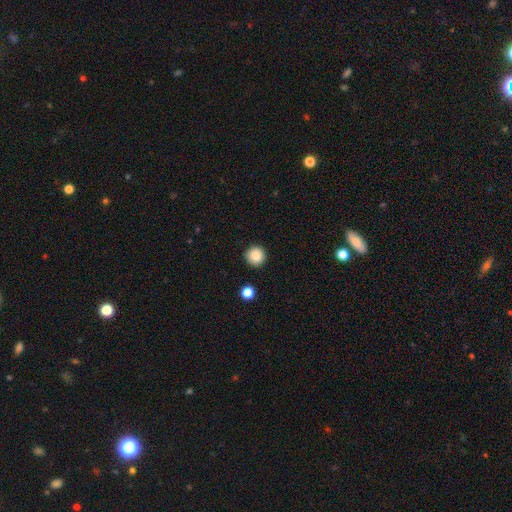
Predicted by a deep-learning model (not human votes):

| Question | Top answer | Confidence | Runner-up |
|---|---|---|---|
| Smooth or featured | smooth | 87% | star or artifact (9%) |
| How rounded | round | 95% | in between (4%) |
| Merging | none | 92% | minor disturbance (5%) |